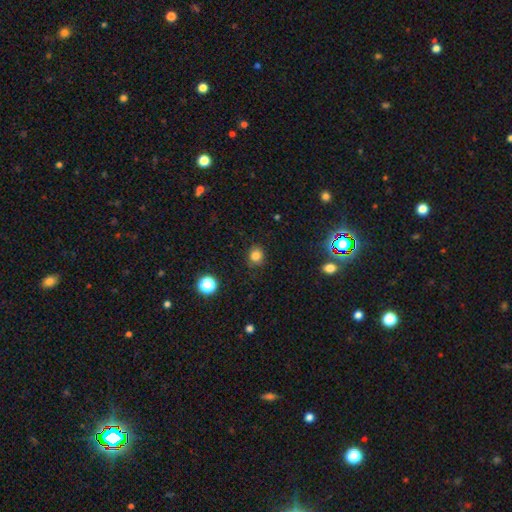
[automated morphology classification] Q: Smooth or featured?
A: smooth (82%); runner-up: star or artifact (14%)
Q: How rounded?
A: round (82%); runner-up: in between (17%)
Q: Merging?
A: none (86%); runner-up: minor disturbance (10%)